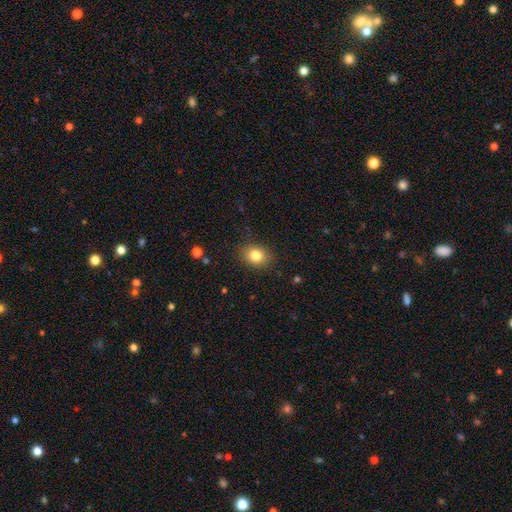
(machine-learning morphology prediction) The model was most divided on "how rounded": in between: 53%, round: 46%, cigar-shaped: 1%. More confident: merging — none (86%); smooth or featured — smooth (82%).